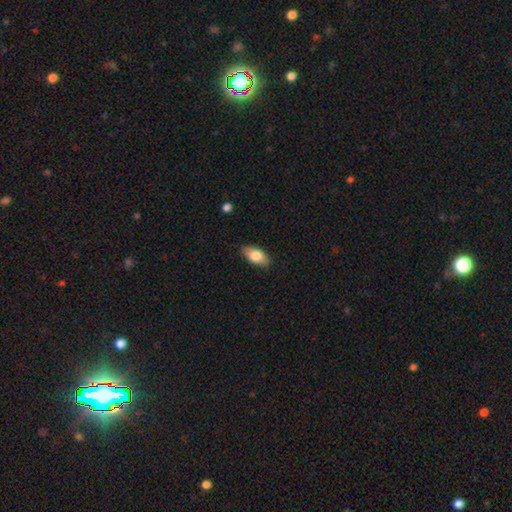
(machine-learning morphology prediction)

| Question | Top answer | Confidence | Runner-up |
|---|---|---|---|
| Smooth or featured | smooth | 80% | featured or disk (14%) |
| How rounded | in between | 90% | cigar-shaped (6%) |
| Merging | none | 87% | minor disturbance (10%) |